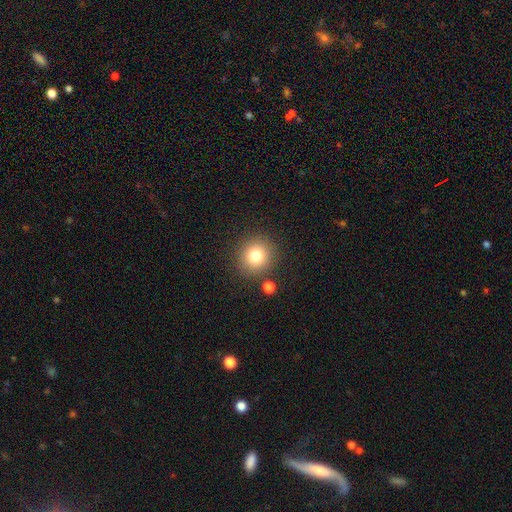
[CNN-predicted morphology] A smooth galaxy with no disk features (80%) that is round (91%). Merging: none (84%).